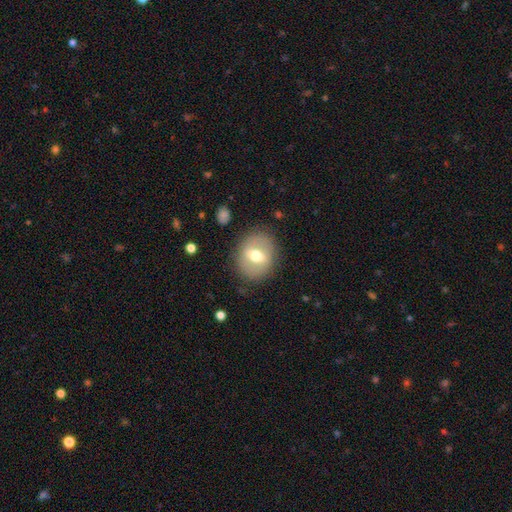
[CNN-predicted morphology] type=smooth (51%); roundness=round (65%); merging=none (84%).